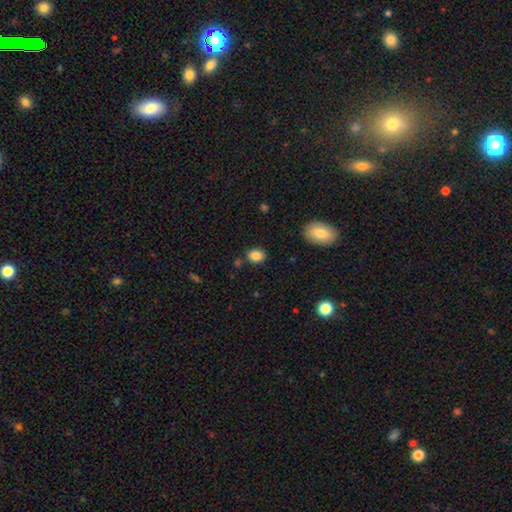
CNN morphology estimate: smooth-or-featured: smooth: 85% | star or artifact: 9% | featured or disk: 6%
  how-rounded: in between: 55% | round: 44% | cigar-shaped: 1%
  merging: none: 81% | minor disturbance: 11% | merger: 5% | major disturbance: 3%